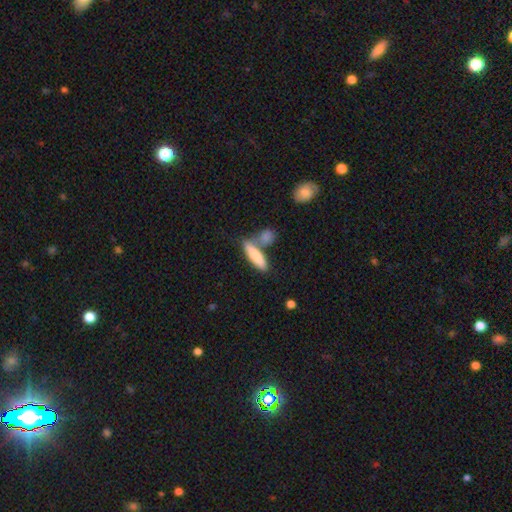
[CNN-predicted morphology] Smooth or featured? smooth (75%)
How rounded? cigar-shaped (64%)
Merging? none (58%)